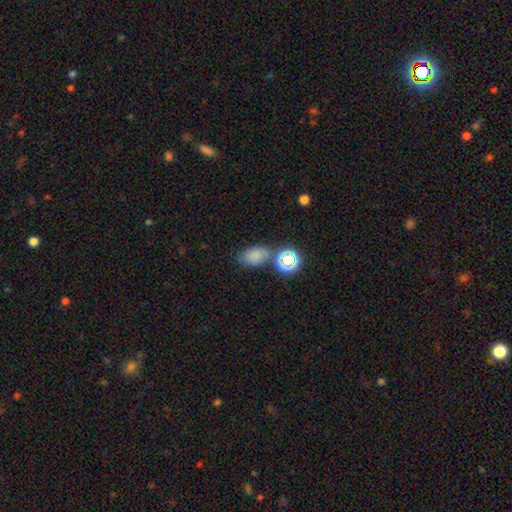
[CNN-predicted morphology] A smooth galaxy with no disk features (74%) that is in between round and cigar-shaped (84%).

Vote fractions:
- Smooth or featured? smooth: 74% / star or artifact: 18% / featured or disk: 7%
- How rounded? in between: 84% / round: 14% / cigar-shaped: 2%
- Merging? none: 65% / minor disturbance: 15% / merger: 14% / major disturbance: 5%